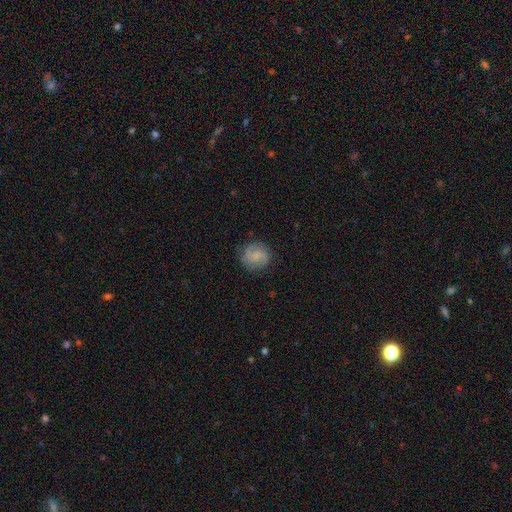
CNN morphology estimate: Smooth or featured? featured or disk (47%)
Merging? none (82%)